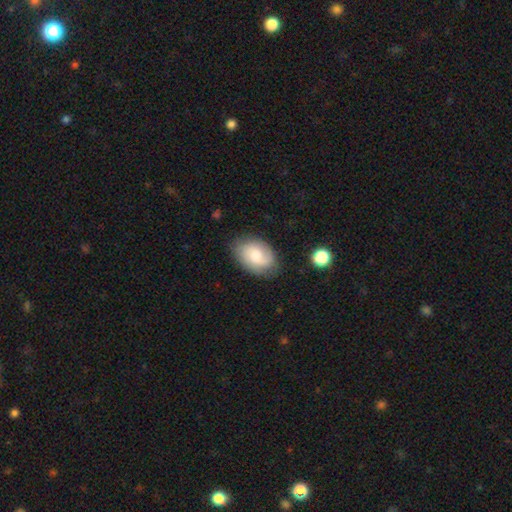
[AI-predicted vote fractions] Smooth or featured? Predicted: smooth (p=0.51). How rounded? Predicted: in between (p=0.79). Merging? Predicted: none (p=0.75).